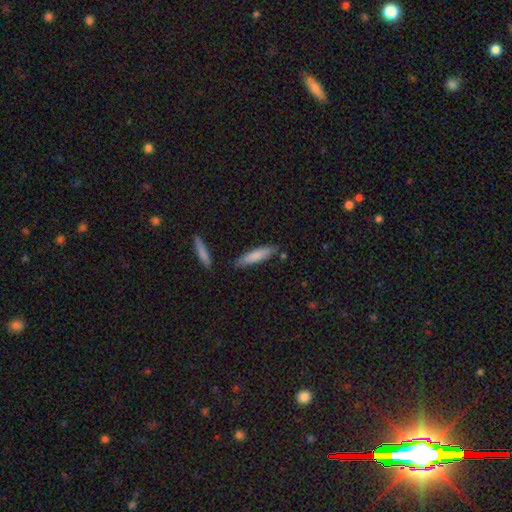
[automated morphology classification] A smooth galaxy with no disk features (80%) that is cigar-shaped (78%).

Vote fractions:
- Smooth or featured? smooth: 80% / featured or disk: 14% / star or artifact: 6%
- How rounded? cigar-shaped: 78% / in between: 21% / round: 1%
- Merging? none: 82% / minor disturbance: 12% / merger: 4% / major disturbance: 2%